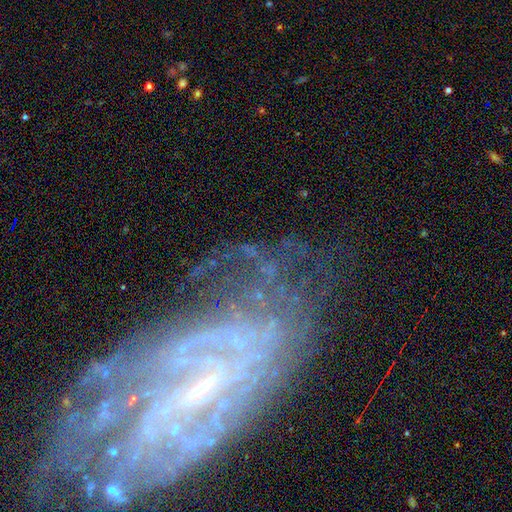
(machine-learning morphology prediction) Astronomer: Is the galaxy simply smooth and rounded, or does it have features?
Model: featured or disk — 78%.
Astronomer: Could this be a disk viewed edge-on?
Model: no — 94%.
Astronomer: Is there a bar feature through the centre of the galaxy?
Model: weak — 40% (runner-up: no, 34%).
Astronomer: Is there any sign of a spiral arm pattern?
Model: yes — 80%.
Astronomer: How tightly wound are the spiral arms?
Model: tight — 52% (runner-up: medium, 30%).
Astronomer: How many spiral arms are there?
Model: can't tell — 47%.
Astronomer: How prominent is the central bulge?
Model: small — 68%.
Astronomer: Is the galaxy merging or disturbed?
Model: none — 53%.